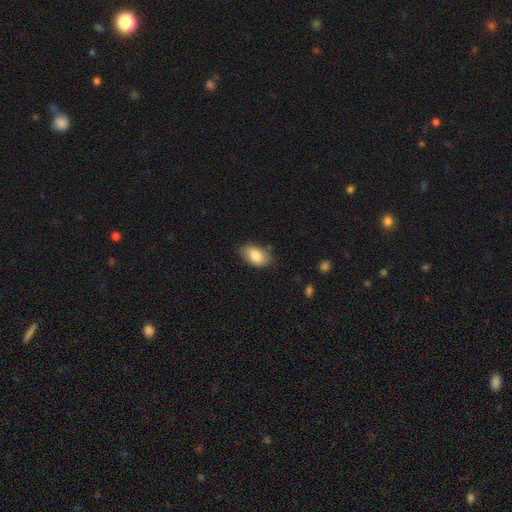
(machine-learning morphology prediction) This is clearly a smooth galaxy (84%). How rounded: clearly in between (93%). Merging: likely none (76%).